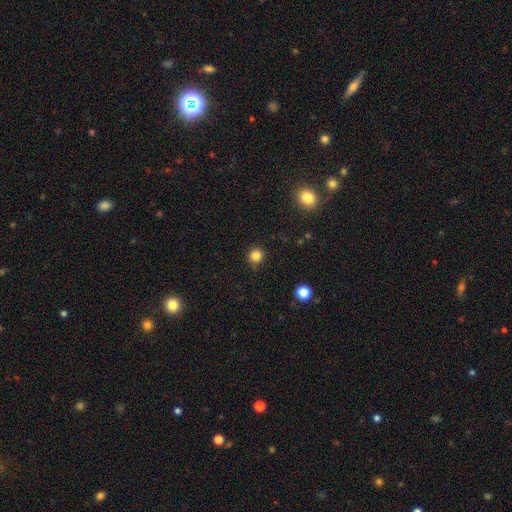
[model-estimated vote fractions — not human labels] smooth_or_featured: smooth (p=0.83) [alt: star or artifact p=0.13]
how_rounded: round (p=0.93) [alt: in between p=0.06]
merging: none (p=0.85) [alt: minor disturbance p=0.11]